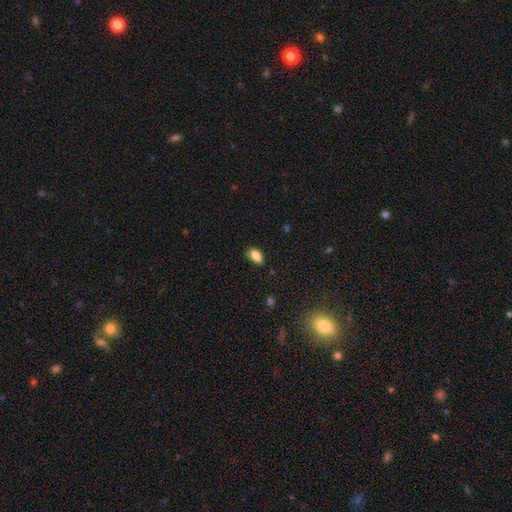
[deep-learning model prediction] This is clearly a smooth galaxy (85%). How rounded: clearly in between (90%). Merging: likely none (80%).